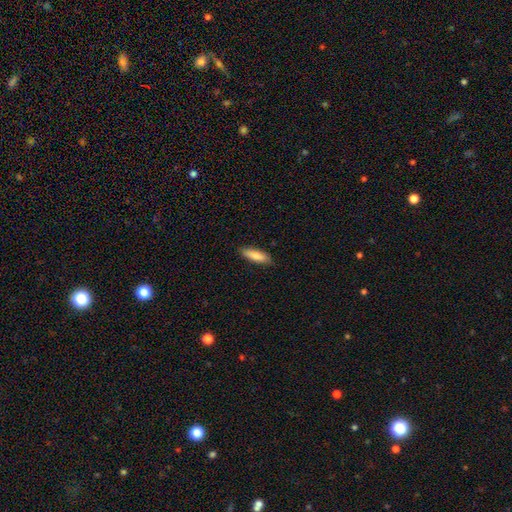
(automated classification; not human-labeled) The model was most divided on "how rounded": cigar-shaped: 55%, in between: 44%, round: 1%. More confident: merging — none (86%); smooth or featured — smooth (84%).